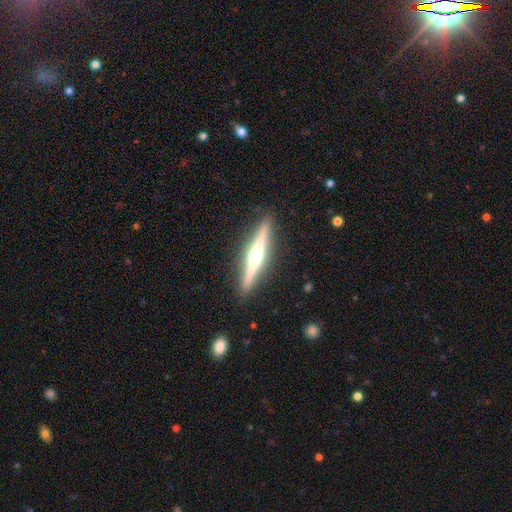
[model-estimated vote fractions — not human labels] The model was most divided on "smooth or featured": featured or disk: 75%, smooth: 20%, star or artifact: 5%. More confident: edge-on disk — yes (98%); edge-on bulge — rounded (93%); merging — none (91%).